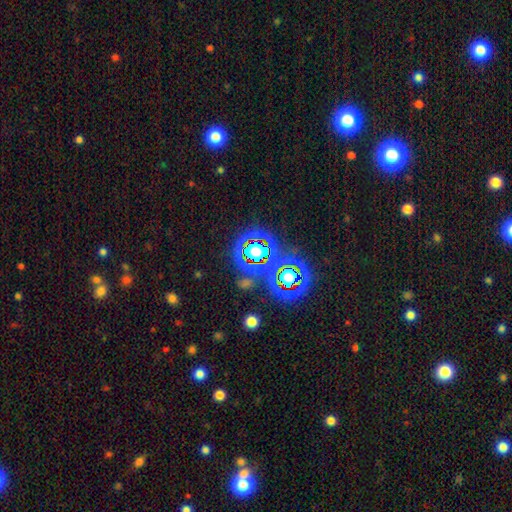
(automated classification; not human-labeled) Smooth or featured? Predicted: star or artifact (p=0.78).